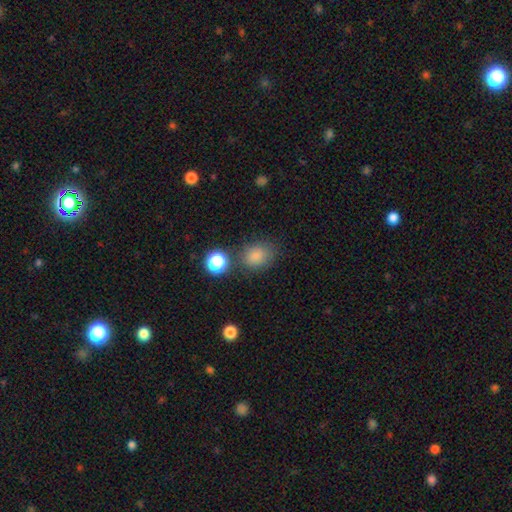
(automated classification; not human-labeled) This is likely a smooth galaxy (79%). How rounded: possibly round (52%). Merging: likely none (74%).